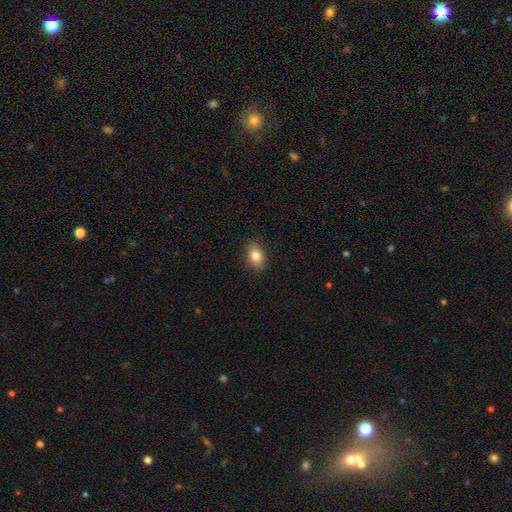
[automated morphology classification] smooth 86%, star or artifact 8%, featured or disk 6%. Down the decision tree: how rounded — in between (82%); merging — none (86%).